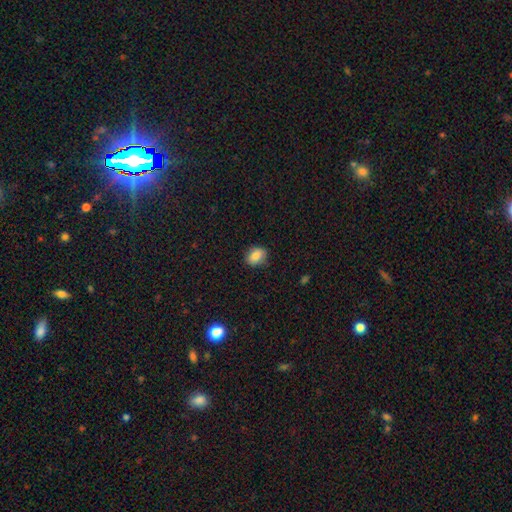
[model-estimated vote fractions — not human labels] Smooth or featured? Predicted: smooth (p=0.82). How rounded? Predicted: in between (p=0.53). Merging? Predicted: none (p=0.84).